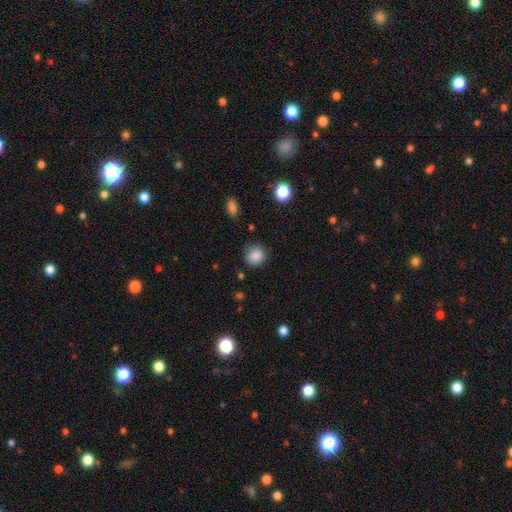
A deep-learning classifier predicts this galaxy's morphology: Smooth or featured? Predicted: smooth (p=0.86). How rounded? Predicted: round (p=0.88). Merging? Predicted: none (p=0.76).